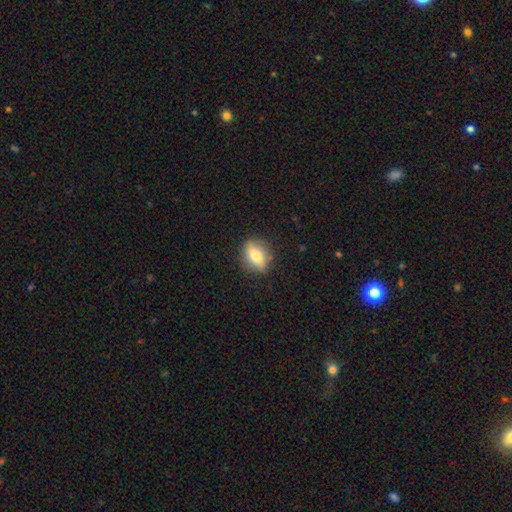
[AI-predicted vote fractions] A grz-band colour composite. It shows a smooth galaxy with no disk features (52%) that is in between round and cigar-shaped (59%). Merging: none (83%).